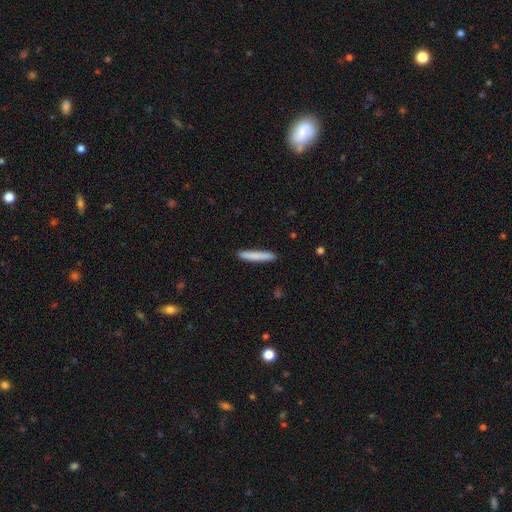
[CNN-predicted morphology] Smooth or featured?
  - smooth: 82% *
  - featured or disk: 12%
  - star or artifact: 6%
How rounded?
  - cigar-shaped: 94% *
  - in between: 5%
  - round: 1%
Merging?
  - none: 90% *
  - minor disturbance: 7%
  - major disturbance: 1%
  - merger: 1%